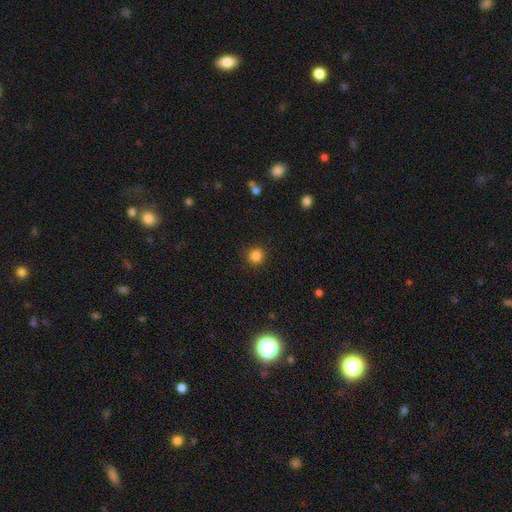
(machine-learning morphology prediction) This appears to be a smooth galaxy with no disk features (84%) that is round (94%). Merging: none (89%).